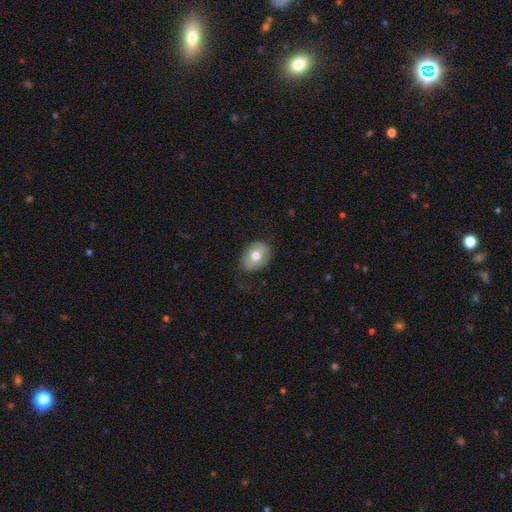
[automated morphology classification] Smooth or featured? smooth (63%)
How rounded? in between (60%)
Merging? none (77%)